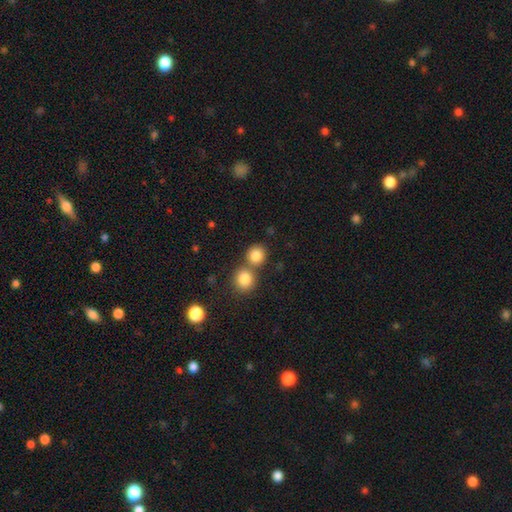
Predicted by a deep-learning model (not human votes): Overall: smooth (83%). How rounded: round (88%). Merging: none (58%; merger 33%).